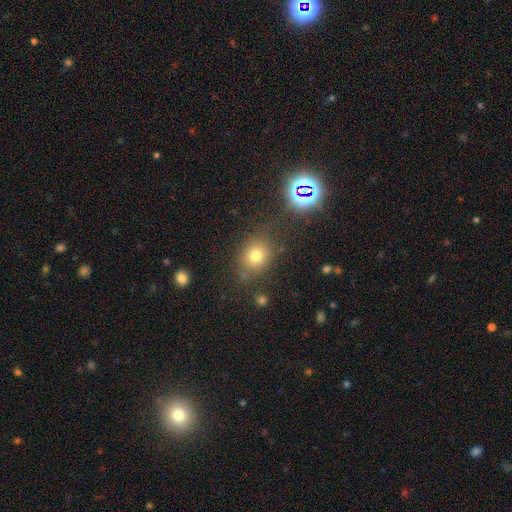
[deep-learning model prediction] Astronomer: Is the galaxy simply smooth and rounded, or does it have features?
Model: smooth — 73%.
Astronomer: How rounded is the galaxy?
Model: round — 65%.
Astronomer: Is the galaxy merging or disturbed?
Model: none — 74%.